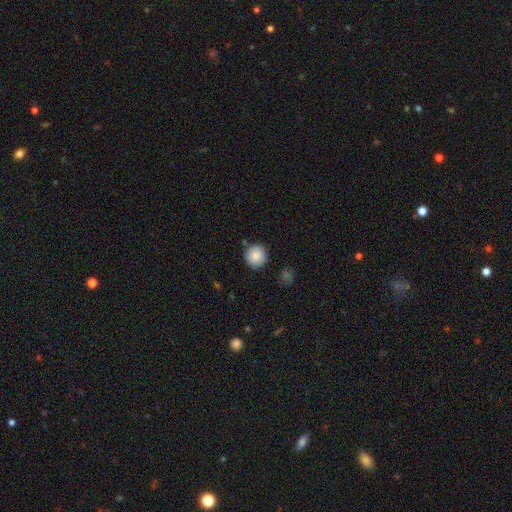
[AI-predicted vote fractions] The model was most divided on "merging": none: 86%, minor disturbance: 9%, merger: 3%, major disturbance: 2%. More confident: how rounded — round (94%); smooth or featured — smooth (87%).